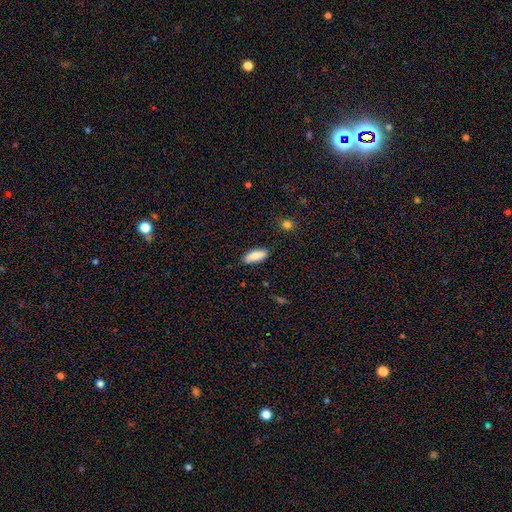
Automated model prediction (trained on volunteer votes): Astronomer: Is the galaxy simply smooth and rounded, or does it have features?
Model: smooth — 85%.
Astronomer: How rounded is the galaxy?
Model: in between — 77%.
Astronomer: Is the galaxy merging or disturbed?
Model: none — 85%.